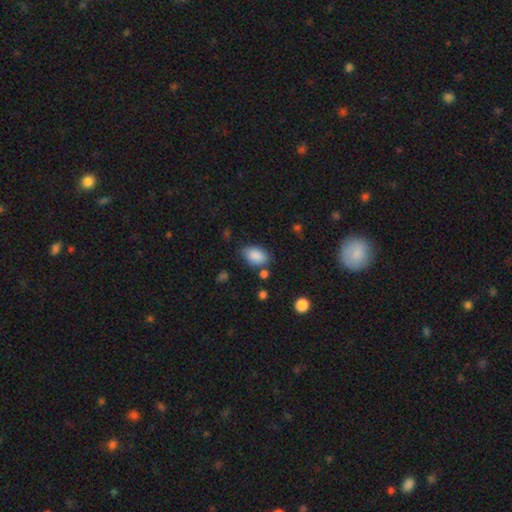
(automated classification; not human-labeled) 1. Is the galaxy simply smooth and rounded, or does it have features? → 88% smooth, 8% star or artifact, 5% featured or disk.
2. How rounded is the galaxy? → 88% in between, 11% round, 1% cigar-shaped.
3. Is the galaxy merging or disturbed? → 72% none, 18% minor disturbance, 5% merger, 5% major disturbance.